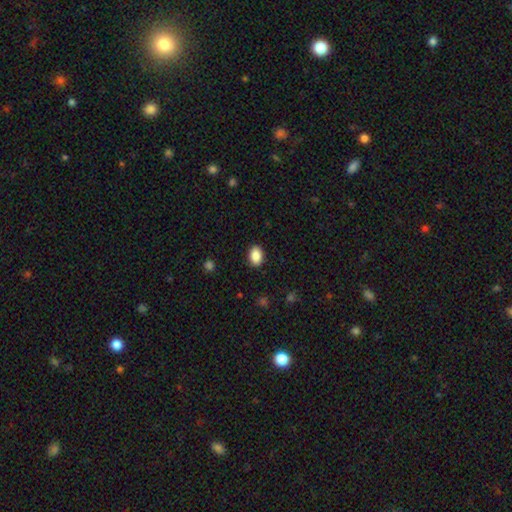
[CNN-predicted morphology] This appears to be a smooth galaxy with no disk features (88%) that is in between round and cigar-shaped (82%). Merging: none (89%).